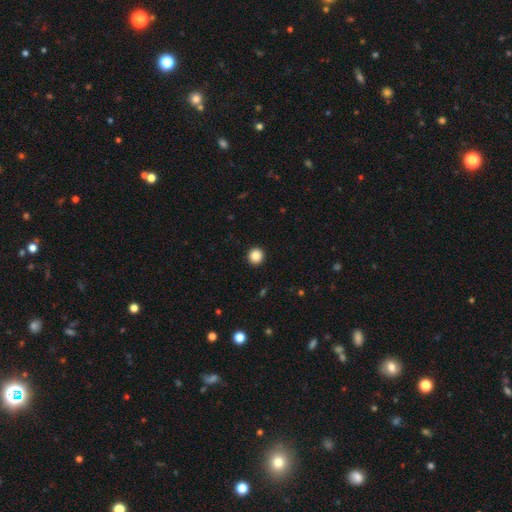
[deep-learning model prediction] This appears to be a smooth galaxy with no disk features (87%) that is round (94%). Merging: none (94%).